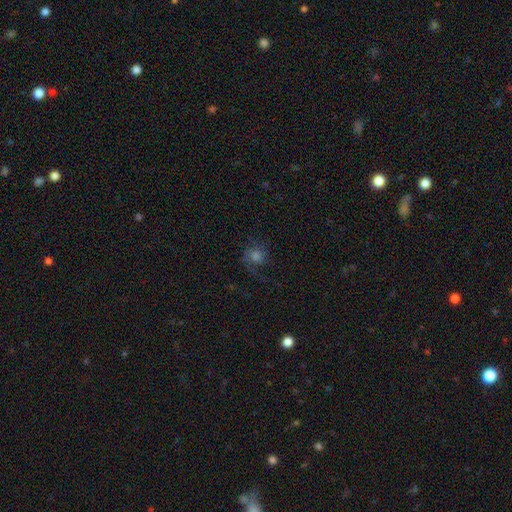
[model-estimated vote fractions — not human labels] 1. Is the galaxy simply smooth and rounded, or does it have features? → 42% featured or disk, 41% smooth, 17% star or artifact.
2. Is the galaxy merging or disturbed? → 62% none, 19% major disturbance, 17% minor disturbance, 2% merger.